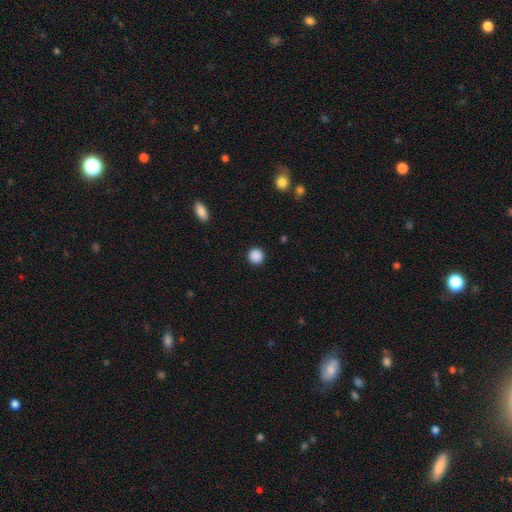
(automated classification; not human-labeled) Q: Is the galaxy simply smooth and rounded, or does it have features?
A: smooth — 89%.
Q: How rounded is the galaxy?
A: round — 93%.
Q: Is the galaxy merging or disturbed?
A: none — 92%.